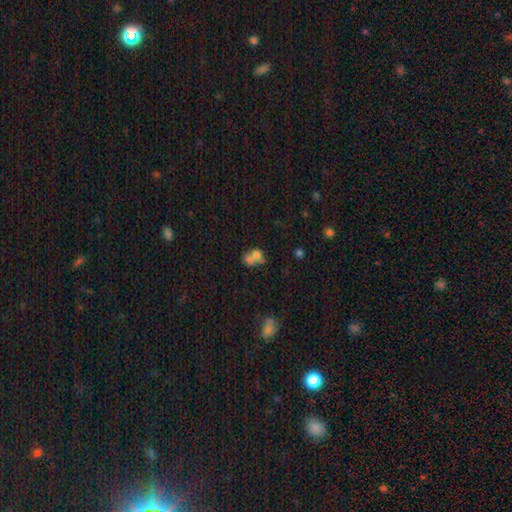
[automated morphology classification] Smooth or featured? Predicted: smooth (p=0.65). How rounded? Predicted: round (p=0.58). Merging? Predicted: merger (p=0.61).